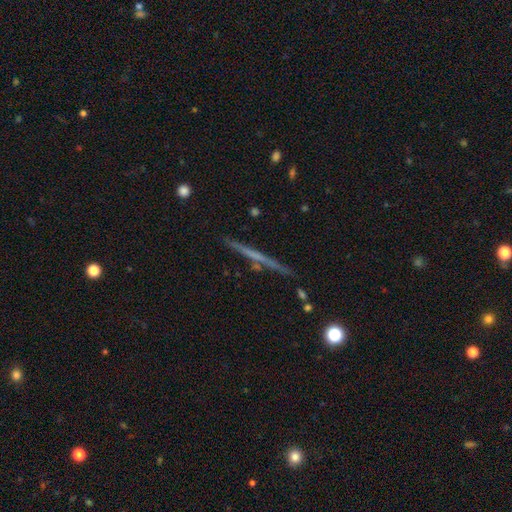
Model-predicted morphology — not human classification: The model was most divided on "smooth or featured": featured or disk: 60%, smooth: 33%, star or artifact: 7%. More confident: edge-on disk — yes (97%); merging — none (87%); edge-on bulge — none (87%).